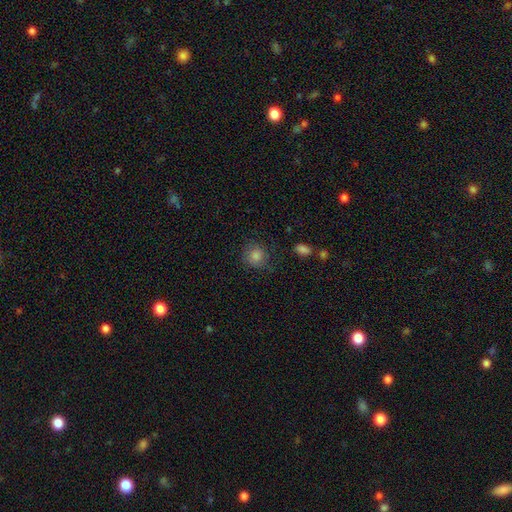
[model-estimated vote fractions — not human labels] This appears to be a smooth galaxy with no disk features (79%) that is round (87%). Merging: none (78%).